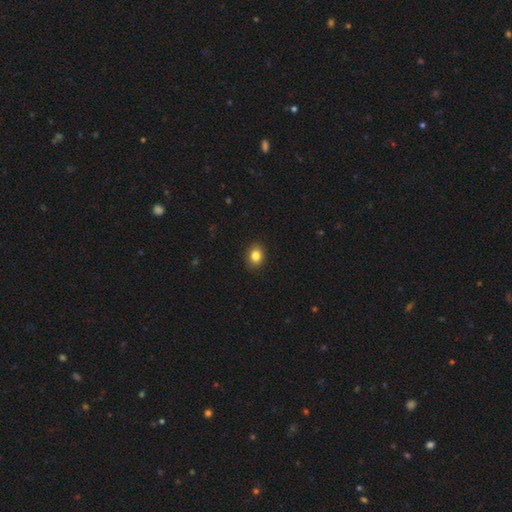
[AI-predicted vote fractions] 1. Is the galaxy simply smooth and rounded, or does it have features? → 83% smooth, 10% star or artifact, 7% featured or disk.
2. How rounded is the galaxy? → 50% in between, 49% round, 1% cigar-shaped.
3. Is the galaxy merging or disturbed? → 90% none, 7% minor disturbance, 2% major disturbance, 1% merger.